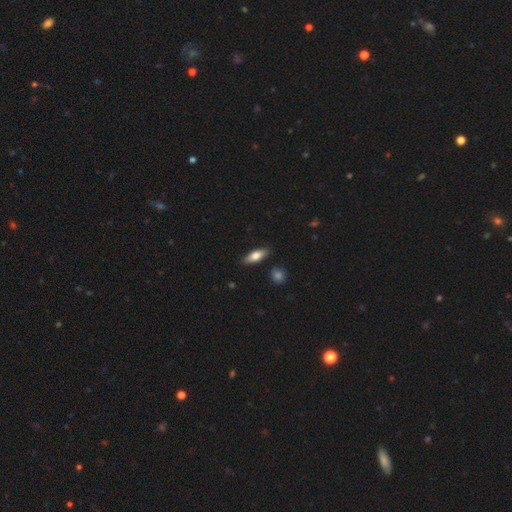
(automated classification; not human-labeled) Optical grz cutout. It shows a smooth galaxy with no disk features (69%) that is in between round and cigar-shaped (68%). Merging: none (85%).